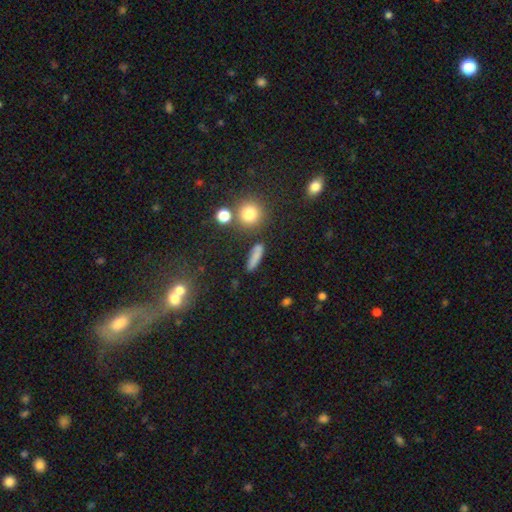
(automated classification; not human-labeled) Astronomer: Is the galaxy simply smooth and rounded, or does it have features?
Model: smooth — 77%.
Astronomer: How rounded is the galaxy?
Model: cigar-shaped — 70%.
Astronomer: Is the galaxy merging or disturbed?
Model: none — 78%.